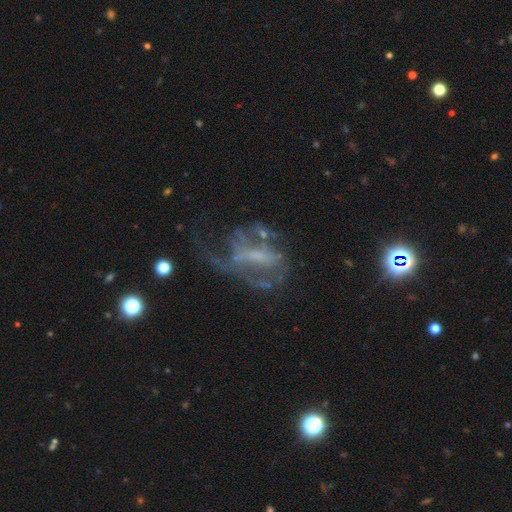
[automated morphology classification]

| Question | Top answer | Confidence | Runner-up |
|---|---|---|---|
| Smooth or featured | featured or disk | 69% | star or artifact (16%) |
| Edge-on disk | no | 94% | yes (6%) |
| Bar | no | 41% | weak (36%) |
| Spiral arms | yes | 53% | no (47%) |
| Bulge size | none | 42% | small (35%) |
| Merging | major disturbance | 44% | none (33%) |